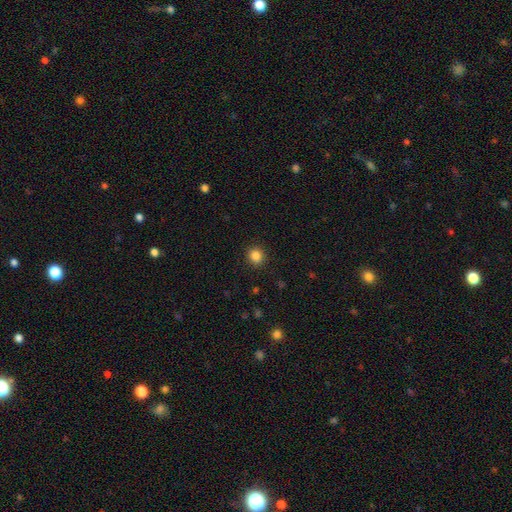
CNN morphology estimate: smooth_or_featured: smooth (p=0.85) [alt: star or artifact p=0.11]
how_rounded: round (p=0.86) [alt: in between p=0.13]
merging: none (p=0.91) [alt: minor disturbance p=0.06]